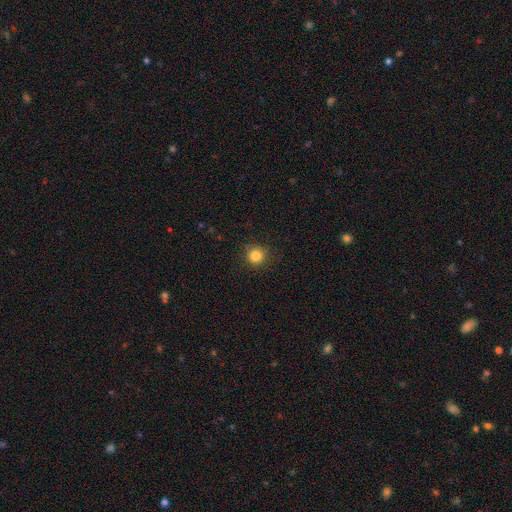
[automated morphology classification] smooth 84%, star or artifact 12%, featured or disk 4%. Down the decision tree: how rounded — round (95%); merging — none (89%).